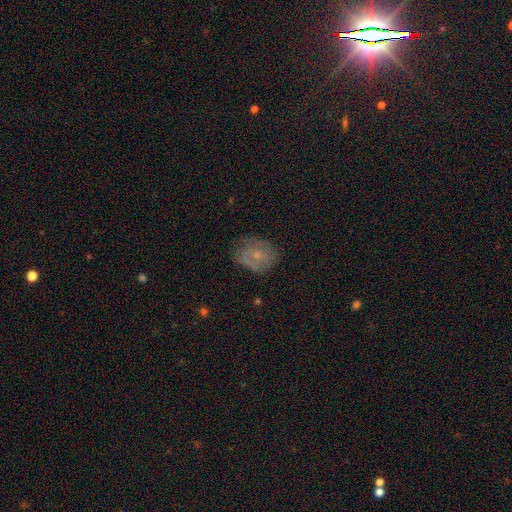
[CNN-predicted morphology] Q: Smooth or featured?
A: smooth (51%); runner-up: featured or disk (38%)
Q: How rounded?
A: round (55%); runner-up: in between (44%)
Q: Merging?
A: none (66%); runner-up: minor disturbance (23%)